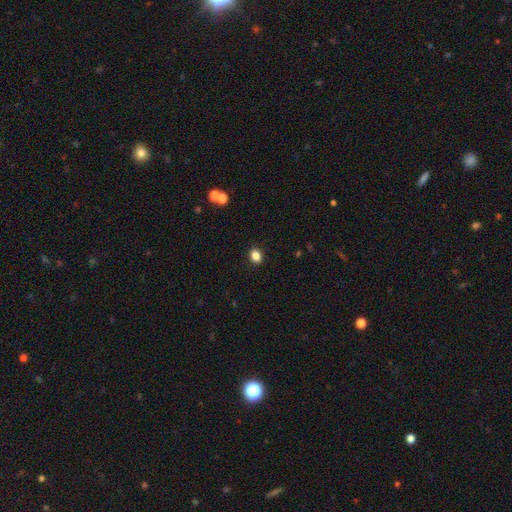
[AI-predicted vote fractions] Smooth or featured? Predicted: smooth (p=0.85). How rounded? Predicted: in between (p=0.67). Merging? Predicted: none (p=0.90).